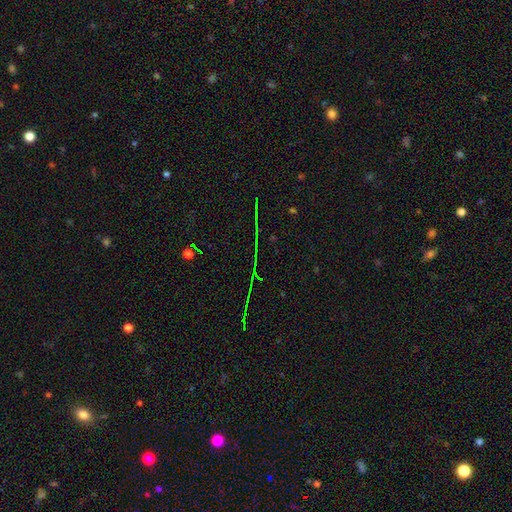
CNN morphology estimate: This is likely a star or artifact rather than a galaxy (75%).